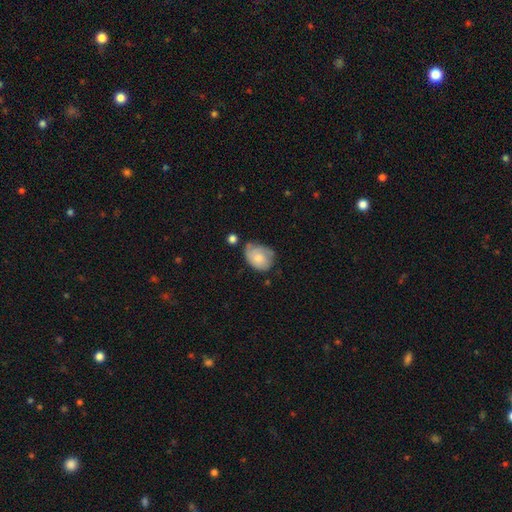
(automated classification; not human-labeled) A smooth galaxy with no disk features (53%) that is in between round and cigar-shaped (59%). Merging: none (49%).